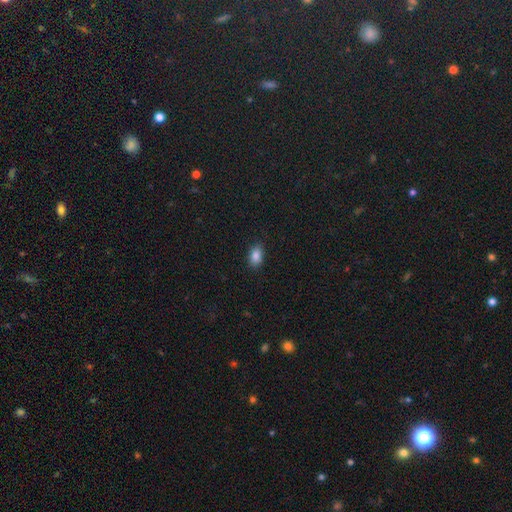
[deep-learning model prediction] A smooth galaxy with no disk features (86%) that is in between round and cigar-shaped (87%). Merging: none (87%).